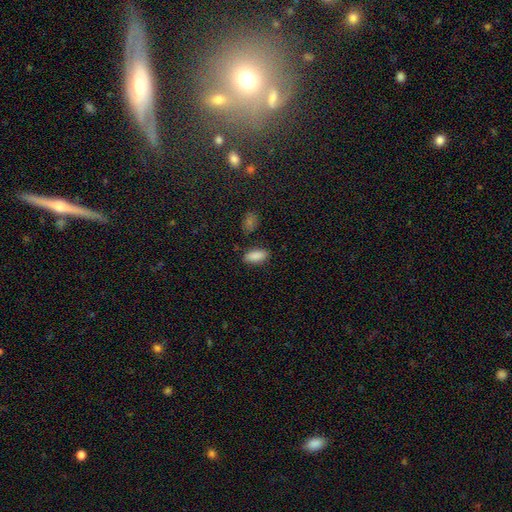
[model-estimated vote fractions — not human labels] Q: Smooth or featured?
A: smooth (88%); runner-up: star or artifact (7%)
Q: How rounded?
A: in between (90%); runner-up: cigar-shaped (8%)
Q: Merging?
A: none (83%); runner-up: minor disturbance (11%)